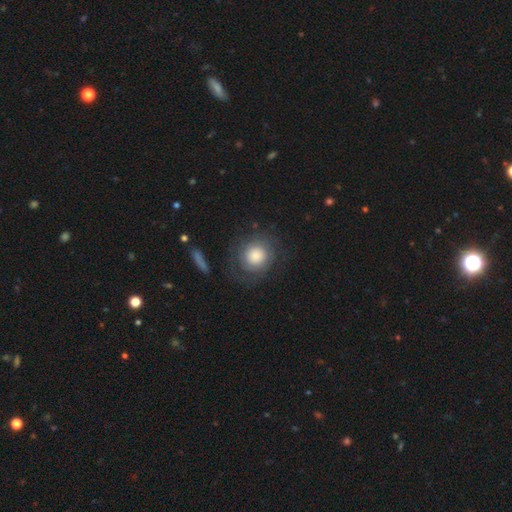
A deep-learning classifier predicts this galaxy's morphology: Smooth or featured? Predicted: smooth (p=0.58). How rounded? Predicted: round (p=0.82). Merging? Predicted: none (p=0.68).